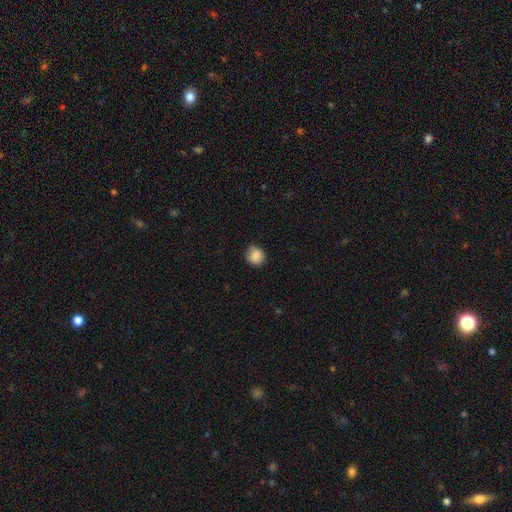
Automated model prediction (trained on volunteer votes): Q: Smooth or featured?
A: smooth (86%); runner-up: star or artifact (8%)
Q: How rounded?
A: round (79%); runner-up: in between (20%)
Q: Merging?
A: none (80%); runner-up: minor disturbance (16%)